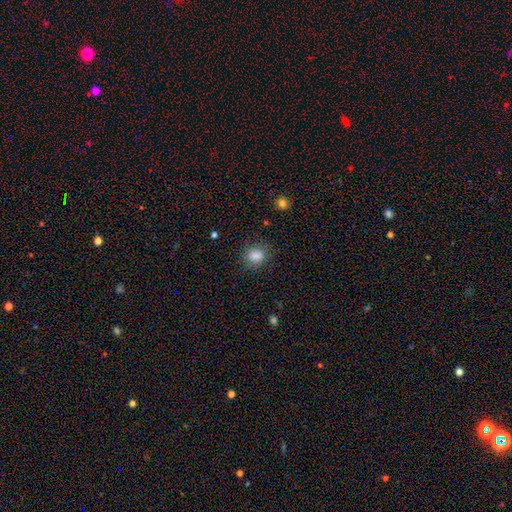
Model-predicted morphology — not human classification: Smooth or featured? smooth (84%)
How rounded? round (50%)
Merging? none (77%)